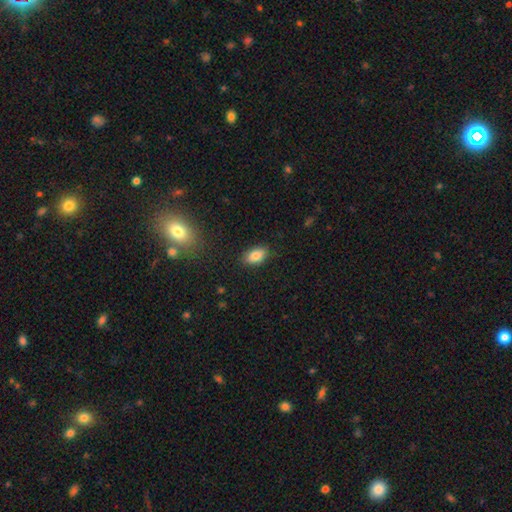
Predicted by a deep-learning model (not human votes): This appears to be a smooth galaxy with no disk features (84%) that is in between round and cigar-shaped (90%). Merging: none (86%).